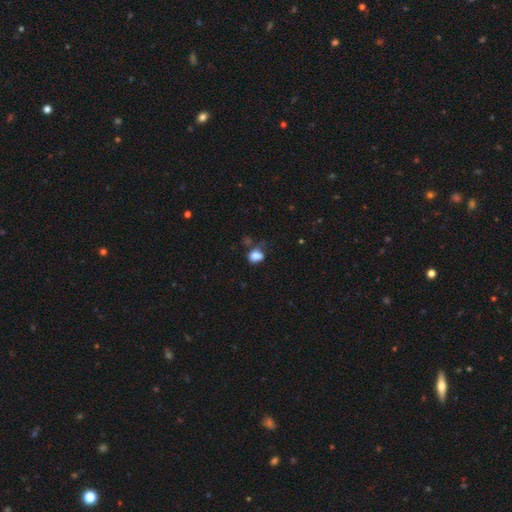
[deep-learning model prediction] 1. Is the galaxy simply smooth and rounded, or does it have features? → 80% smooth, 11% star or artifact, 9% featured or disk.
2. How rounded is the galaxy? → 64% in between, 34% round, 1% cigar-shaped.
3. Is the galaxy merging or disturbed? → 42% none, 31% minor disturbance, 19% major disturbance, 8% merger.